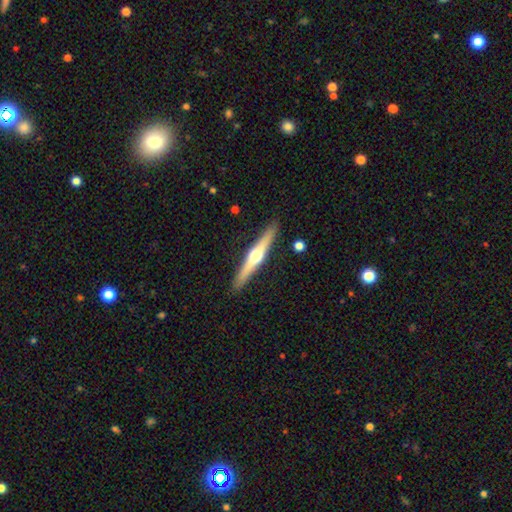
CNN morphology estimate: Smooth or featured? Predicted: featured or disk (p=0.67). Edge-on disk? Predicted: yes (p=0.97). Edge-on bulge? Predicted: rounded (p=0.92). Merging? Predicted: none (p=0.90).